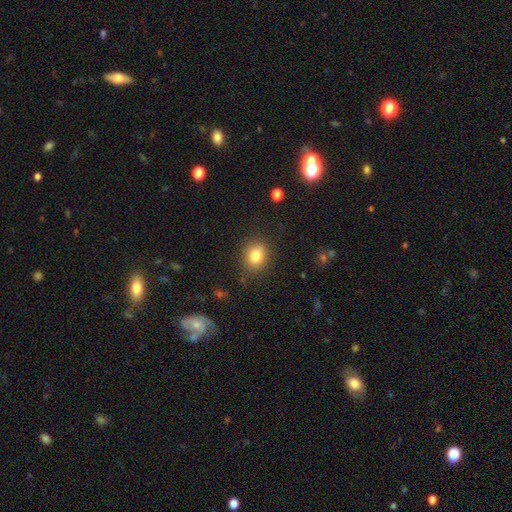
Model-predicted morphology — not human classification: smooth_or_featured: smooth (p=0.81) [alt: star or artifact p=0.10]
how_rounded: round (p=0.58) [alt: in between p=0.41]
merging: none (p=0.82) [alt: minor disturbance p=0.13]